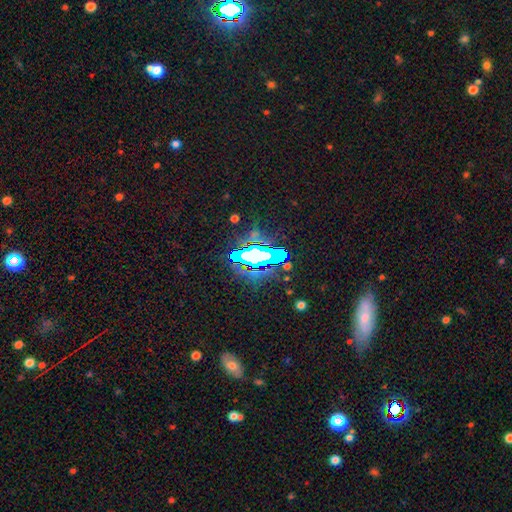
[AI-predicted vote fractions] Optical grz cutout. It shows a star or artifact, not a galaxy (63%).